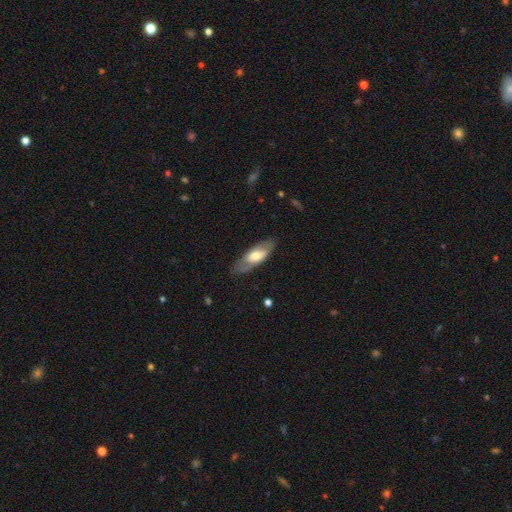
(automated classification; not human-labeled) The model was most divided on "smooth or featured" (2-way tie): smooth: 47%, featured or disk: 47%, star or artifact: 6%. More confident: merging — none (77%).